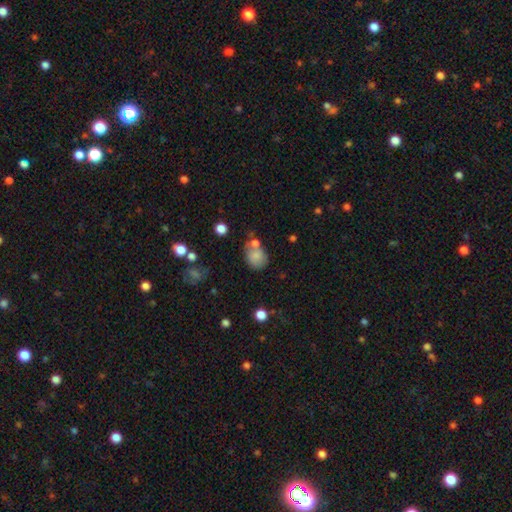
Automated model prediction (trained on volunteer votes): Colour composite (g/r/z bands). It shows a smooth galaxy with no disk features (78%) that is round (53%). Merging: none (48%).